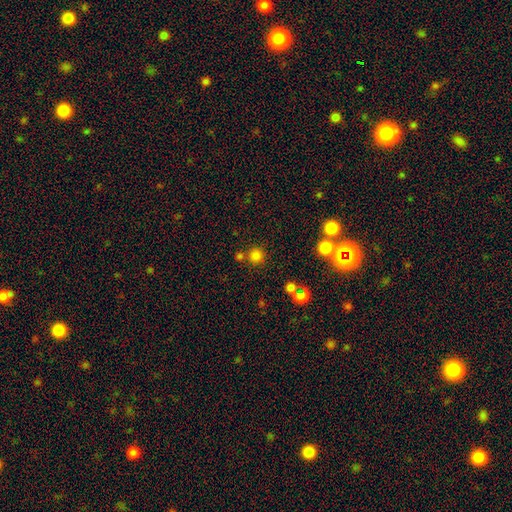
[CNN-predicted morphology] Smooth or featured? smooth (78%)
How rounded? round (93%)
Merging? none (75%)